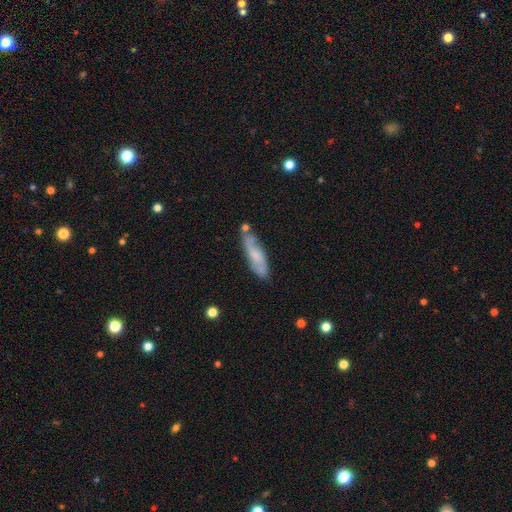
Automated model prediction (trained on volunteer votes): Smooth or featured? featured or disk (54%)
Edge-on disk? no (75%)
Merging? none (72%)